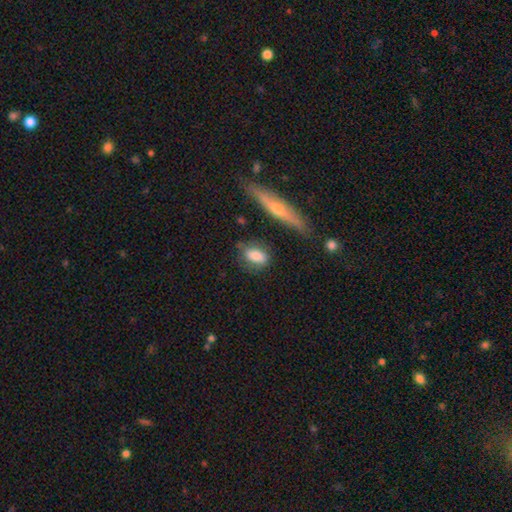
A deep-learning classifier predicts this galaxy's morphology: Smooth or featured?
  - smooth: 77% *
  - featured or disk: 15%
  - star or artifact: 8%
How rounded?
  - in between: 77% *
  - round: 14%
  - cigar-shaped: 9%
Merging?
  - none: 66% *
  - minor disturbance: 22%
  - major disturbance: 7%
  - merger: 6%